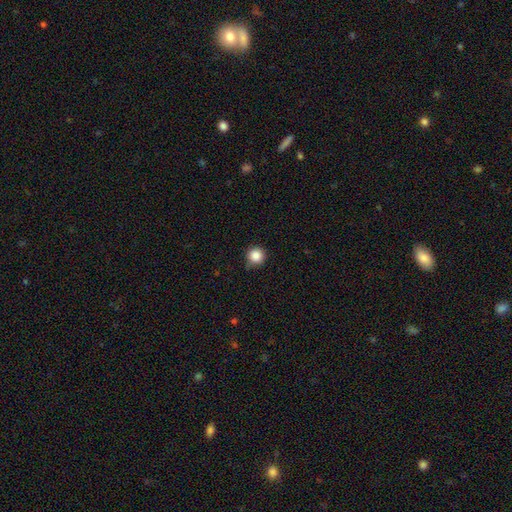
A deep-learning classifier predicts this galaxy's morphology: smooth_or_featured: smooth (p=0.86) [alt: star or artifact p=0.10]
how_rounded: round (p=0.96) [alt: in between p=0.04]
merging: none (p=0.83) [alt: minor disturbance p=0.13]